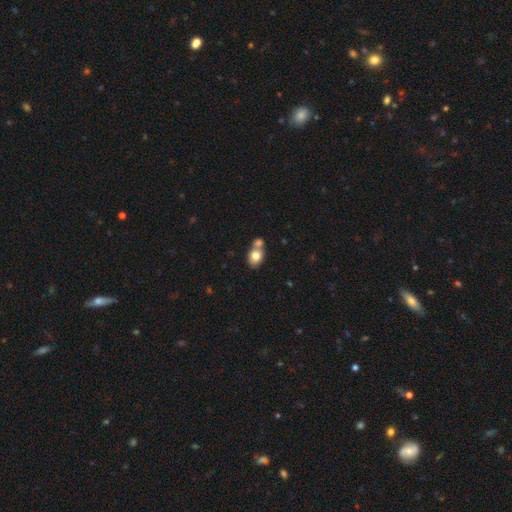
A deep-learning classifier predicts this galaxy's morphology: A smooth galaxy with no disk features (78%) that is in between round and cigar-shaped (62%). Merging: merger (50%).